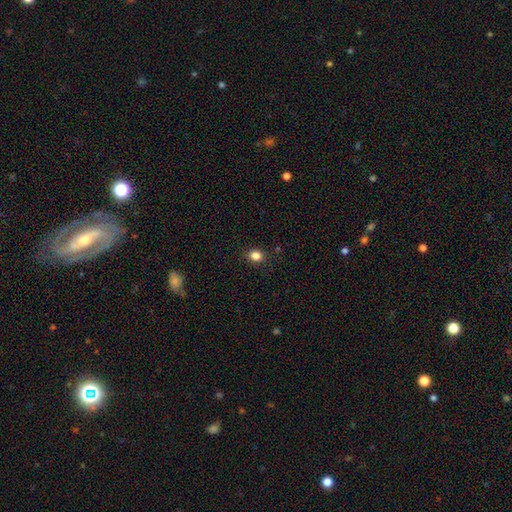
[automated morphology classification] type=smooth (83%); roundness=round (71%); merging=none (89%).